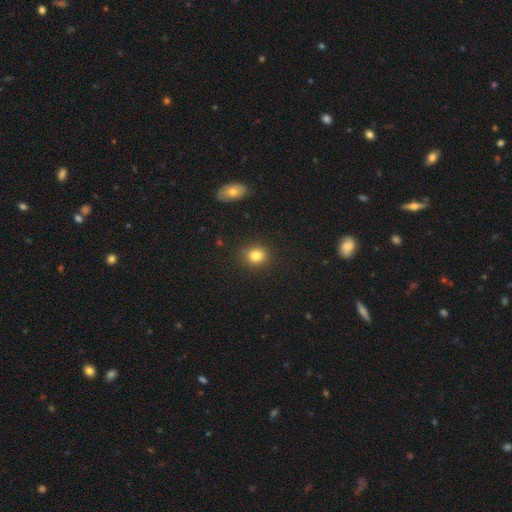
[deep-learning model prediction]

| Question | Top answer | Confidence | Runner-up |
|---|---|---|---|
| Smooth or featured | smooth | 82% | star or artifact (11%) |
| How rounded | round | 74% | in between (24%) |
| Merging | none | 86% | minor disturbance (10%) |